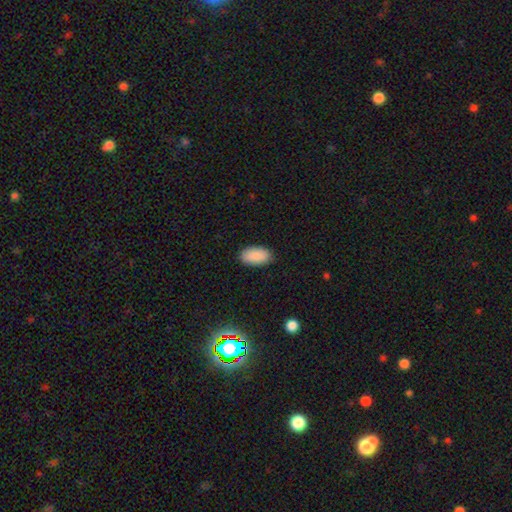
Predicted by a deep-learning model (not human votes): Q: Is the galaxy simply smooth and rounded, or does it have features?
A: smooth — 90%.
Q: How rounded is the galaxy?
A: in between — 95%.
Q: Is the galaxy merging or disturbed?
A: none — 88%.